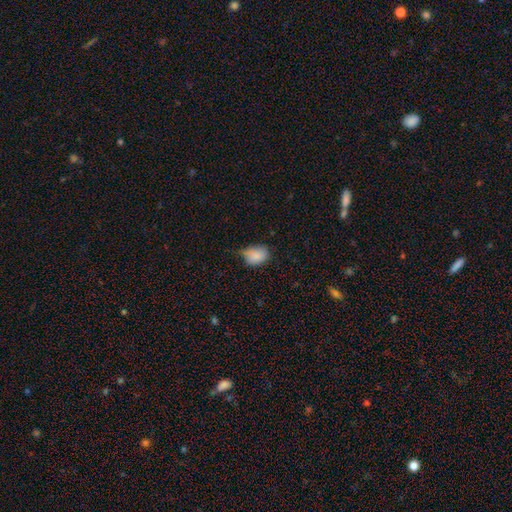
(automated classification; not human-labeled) smooth_or_featured: smooth (p=0.85) [alt: star or artifact p=0.09]
how_rounded: in between (p=0.69) [alt: round p=0.30]
merging: minor disturbance (p=0.46) [alt: none p=0.42]